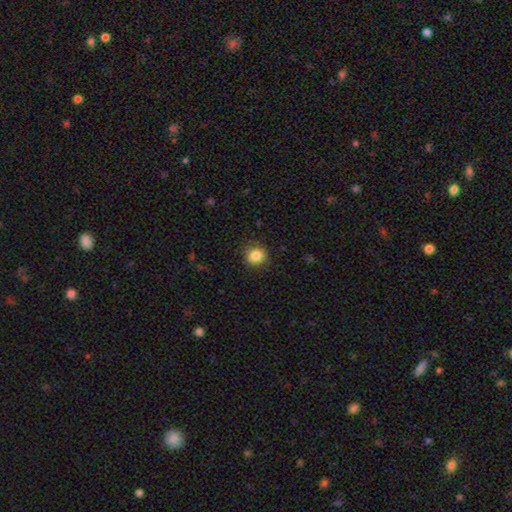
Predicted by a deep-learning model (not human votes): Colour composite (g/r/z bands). It shows a smooth galaxy with no disk features (85%) that is round (78%). Merging: none (87%).